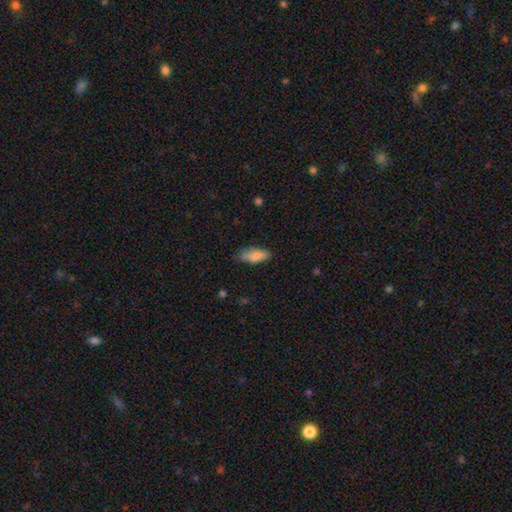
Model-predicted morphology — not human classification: This is clearly a smooth galaxy (83%). How rounded: likely in between (76%). Merging: likely none (68%).